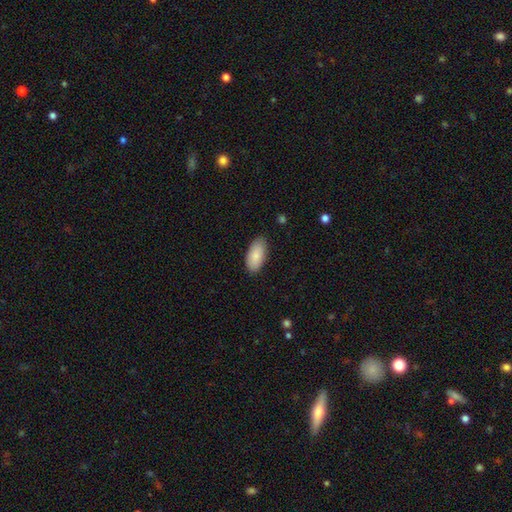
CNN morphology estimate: The model was most divided on "merging": none: 85%, minor disturbance: 12%, major disturbance: 2%, merger: 1%. More confident: how rounded — in between (92%); smooth or featured — smooth (86%).